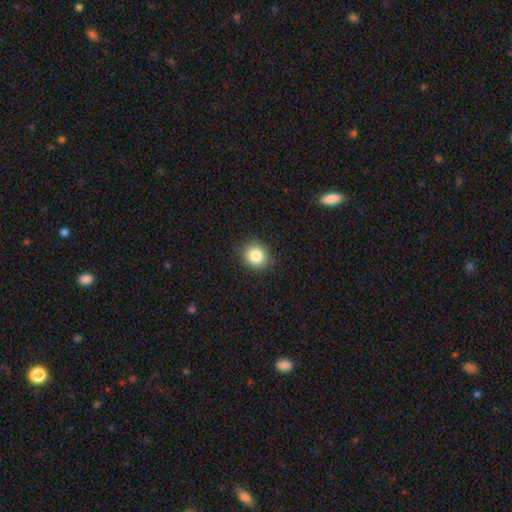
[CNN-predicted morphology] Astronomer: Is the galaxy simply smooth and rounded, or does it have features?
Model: smooth — 84%.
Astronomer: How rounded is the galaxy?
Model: round — 80%.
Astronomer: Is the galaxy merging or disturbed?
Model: none — 87%.